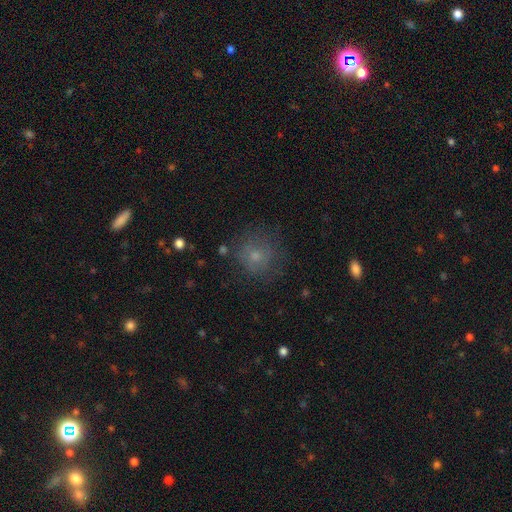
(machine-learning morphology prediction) This is likely a smooth galaxy (67%). How rounded: clearly round (87%). Merging: likely none (71%).